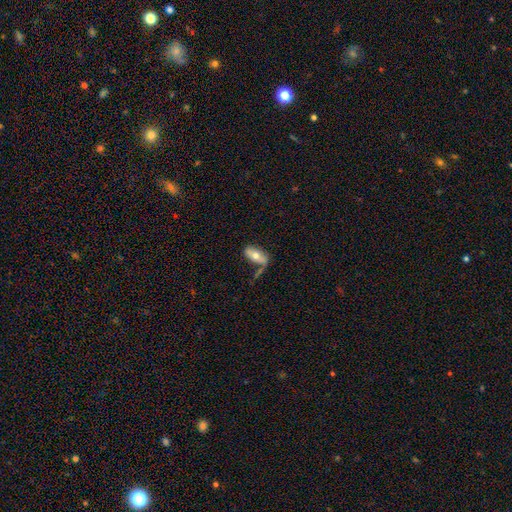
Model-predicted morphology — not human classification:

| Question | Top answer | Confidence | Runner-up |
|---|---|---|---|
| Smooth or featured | smooth | 60% | featured or disk (34%) |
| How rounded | in between | 86% | cigar-shaped (11%) |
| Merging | none | 49% | minor disturbance (27%) |